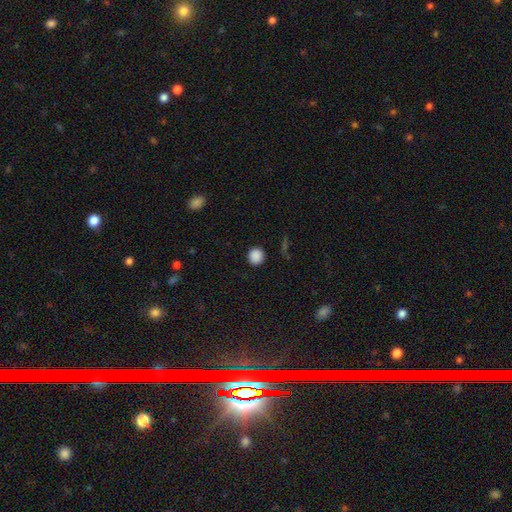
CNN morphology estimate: A smooth galaxy with no disk features (87%) that is round (91%).

Vote fractions:
- Smooth or featured? smooth: 87% / star or artifact: 10% / featured or disk: 3%
- How rounded? round: 91% / in between: 8% / cigar-shaped: 1%
- Merging? none: 91% / minor disturbance: 6% / major disturbance: 2% / merger: 1%